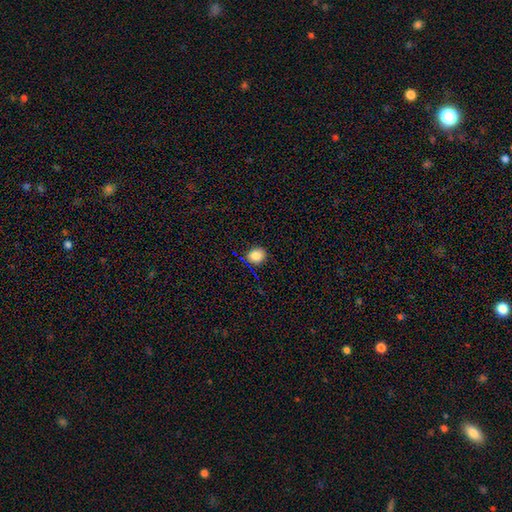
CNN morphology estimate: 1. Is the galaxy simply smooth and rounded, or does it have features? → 86% smooth, 10% star or artifact, 4% featured or disk.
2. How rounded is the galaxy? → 69% round, 30% in between, 1% cigar-shaped.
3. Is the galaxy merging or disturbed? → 84% none, 12% minor disturbance, 3% major disturbance, 2% merger.